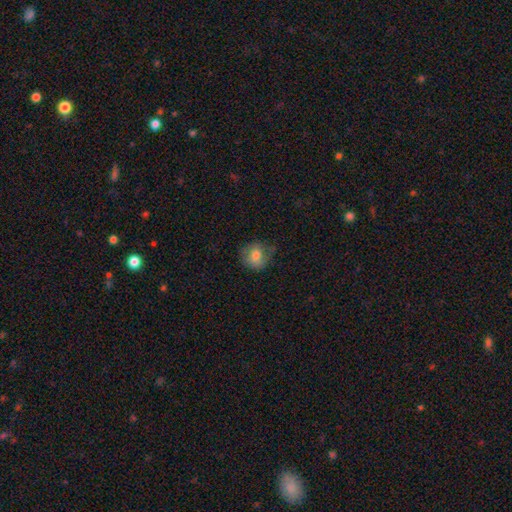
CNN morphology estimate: Smooth or featured?
  - smooth: 73% *
  - featured or disk: 19%
  - star or artifact: 8%
How rounded?
  - round: 77% *
  - in between: 22%
  - cigar-shaped: 1%
Merging?
  - none: 62% *
  - minor disturbance: 26%
  - major disturbance: 11%
  - merger: 1%